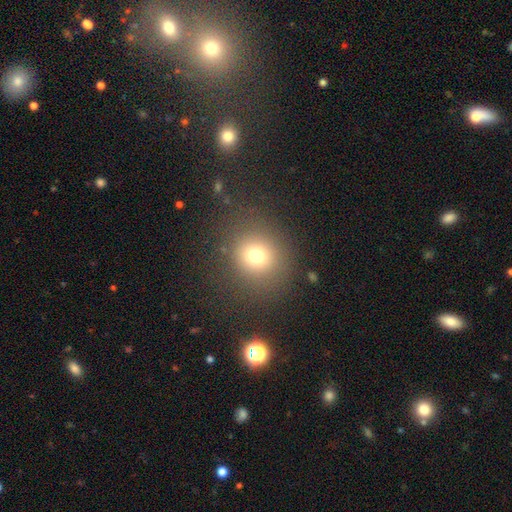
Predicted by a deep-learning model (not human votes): A smooth galaxy with no disk features (74%) that is round (85%).

Vote fractions:
- Smooth or featured? smooth: 74% / star or artifact: 16% / featured or disk: 10%
- How rounded? round: 85% / in between: 14% / cigar-shaped: 1%
- Merging? none: 82% / minor disturbance: 10% / major disturbance: 6% / merger: 3%